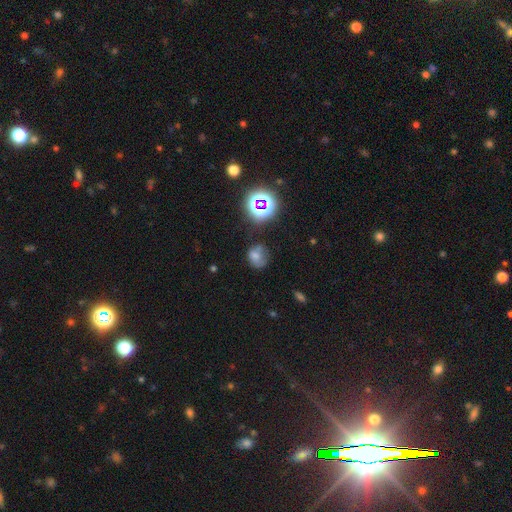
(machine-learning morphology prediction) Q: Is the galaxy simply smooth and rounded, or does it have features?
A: smooth — 50%.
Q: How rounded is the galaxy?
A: round — 65%.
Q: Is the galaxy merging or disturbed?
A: none — 53%.